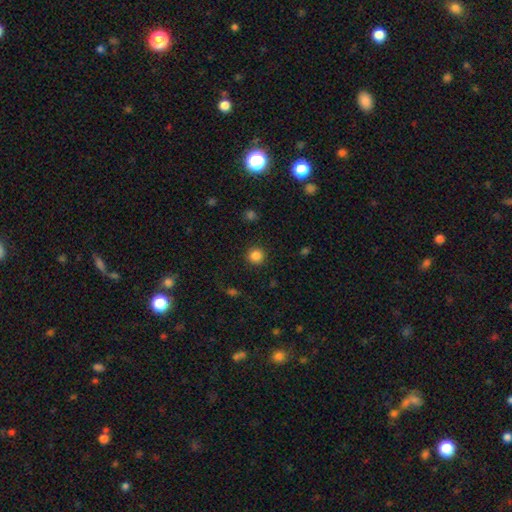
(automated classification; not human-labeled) Smooth or featured? smooth (85%)
How rounded? round (94%)
Merging? none (91%)